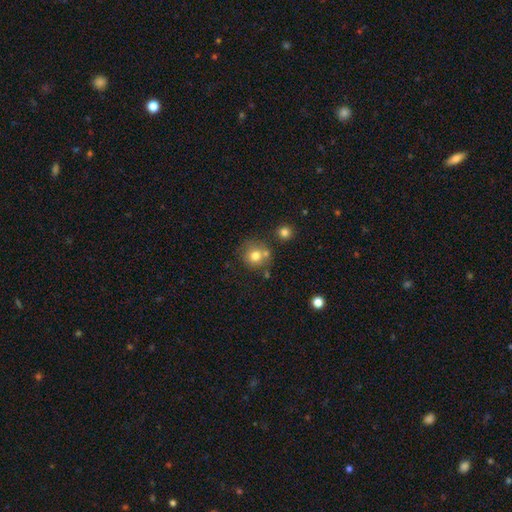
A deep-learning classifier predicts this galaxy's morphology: type=smooth (75%); roundness=round (88%); merging=none (60%).